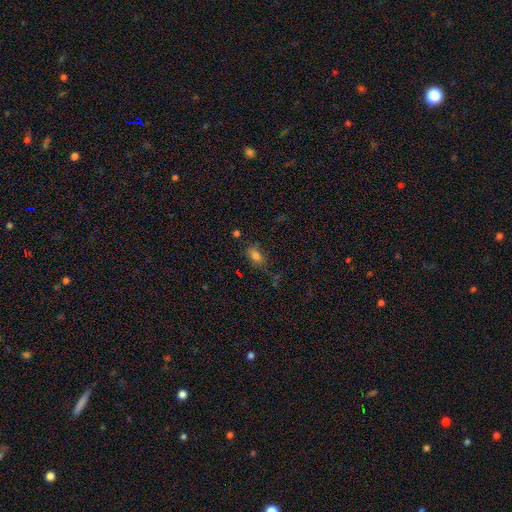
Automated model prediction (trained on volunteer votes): Smooth or featured?
  - smooth: 79% *
  - star or artifact: 14%
  - featured or disk: 8%
How rounded?
  - in between: 84% *
  - round: 12%
  - cigar-shaped: 4%
Merging?
  - none: 70% *
  - minor disturbance: 19%
  - major disturbance: 7%
  - merger: 4%